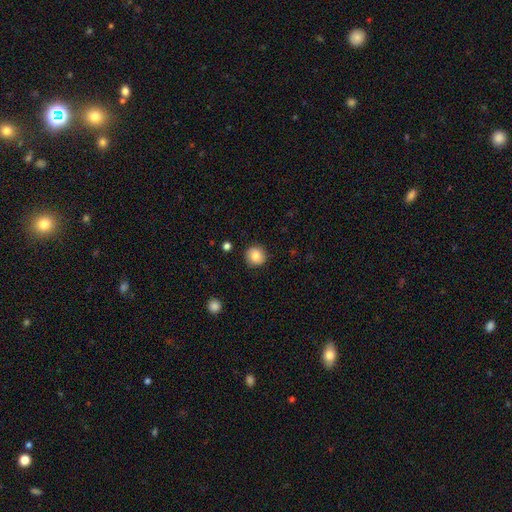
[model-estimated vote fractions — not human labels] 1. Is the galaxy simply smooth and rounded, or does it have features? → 83% smooth, 9% featured or disk, 9% star or artifact.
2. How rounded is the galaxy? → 92% round, 7% in between, 1% cigar-shaped.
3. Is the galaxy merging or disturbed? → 88% none, 8% minor disturbance, 2% major disturbance, 1% merger.